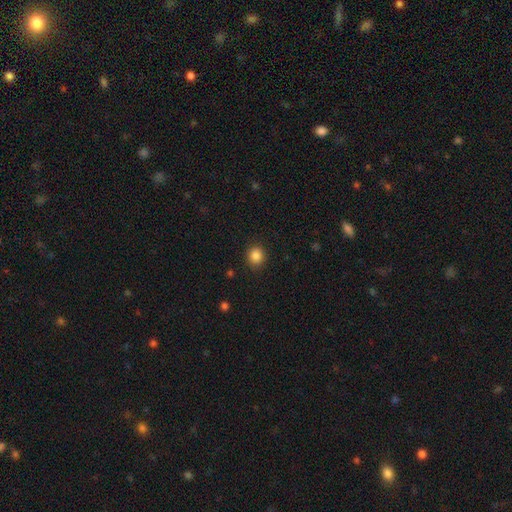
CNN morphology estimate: type=smooth (86%); roundness=round (85%); merging=none (90%).